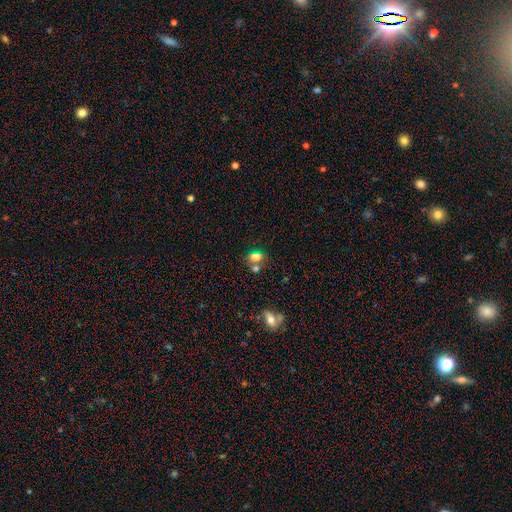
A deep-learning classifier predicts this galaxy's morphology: Smooth or featured? Predicted: smooth (p=0.71). How rounded? Predicted: in between (p=0.65). Merging? Predicted: none (p=0.47).